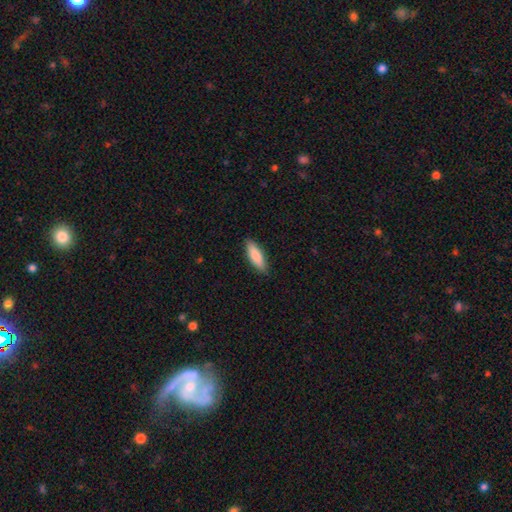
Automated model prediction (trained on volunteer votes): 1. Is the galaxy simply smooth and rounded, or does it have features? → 85% smooth, 10% featured or disk, 5% star or artifact.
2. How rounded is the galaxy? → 51% in between, 47% cigar-shaped, 2% round.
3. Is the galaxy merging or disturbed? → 88% none, 9% minor disturbance, 2% major disturbance, 1% merger.